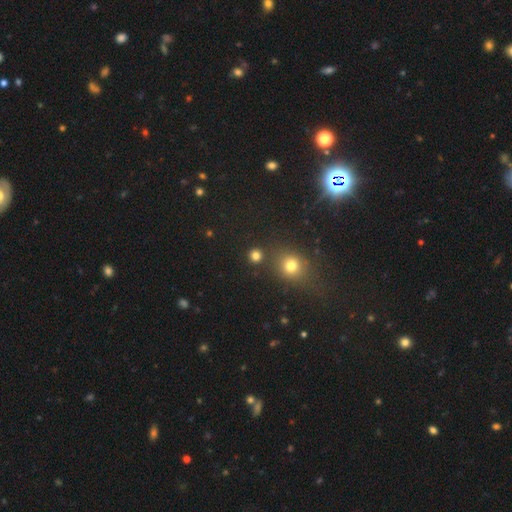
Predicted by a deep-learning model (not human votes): Smooth or featured? Predicted: smooth (p=0.78). How rounded? Predicted: round (p=0.91). Merging? Predicted: none (p=0.84).